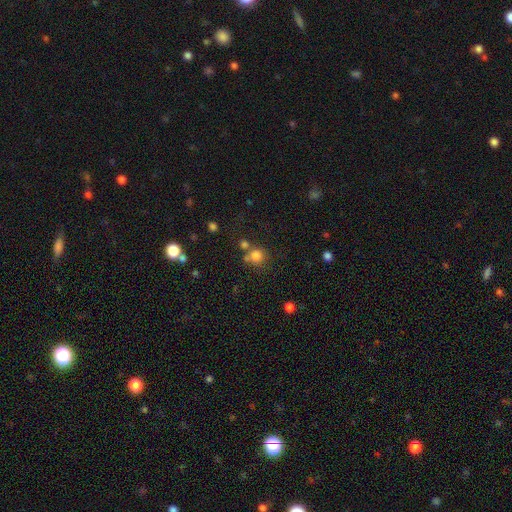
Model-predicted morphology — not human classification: smooth 79%, star or artifact 14%, featured or disk 7%. Down the decision tree: how rounded — round (90%); merging — none (63%).